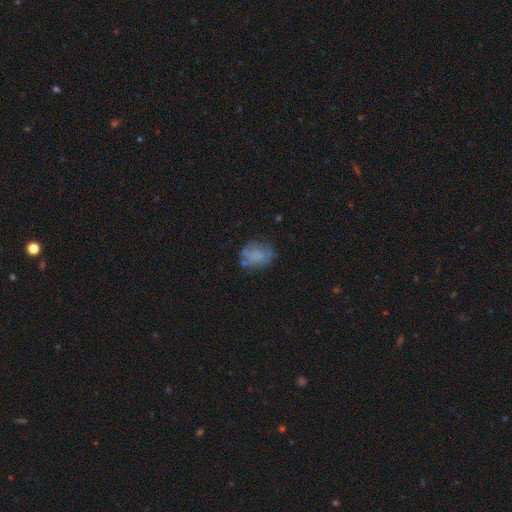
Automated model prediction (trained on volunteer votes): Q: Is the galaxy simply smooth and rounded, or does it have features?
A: smooth — 57%.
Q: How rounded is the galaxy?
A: round — 58%.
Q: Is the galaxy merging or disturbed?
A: none — 55%.